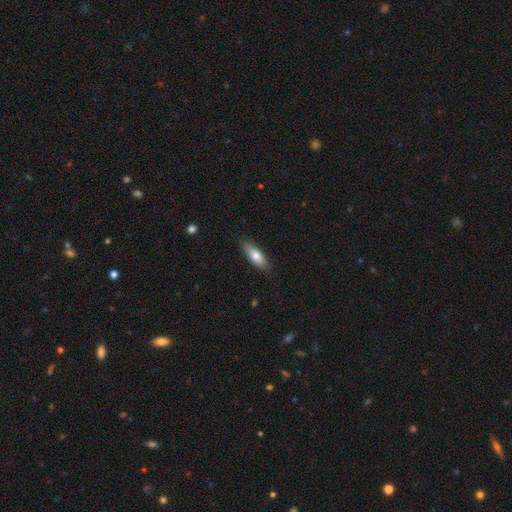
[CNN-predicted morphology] smooth-or-featured: smooth: 73% | featured or disk: 21% | star or artifact: 6%
  how-rounded: in between: 57% | cigar-shaped: 41% | round: 2%
  merging: none: 85% | minor disturbance: 12% | major disturbance: 2% | merger: 1%